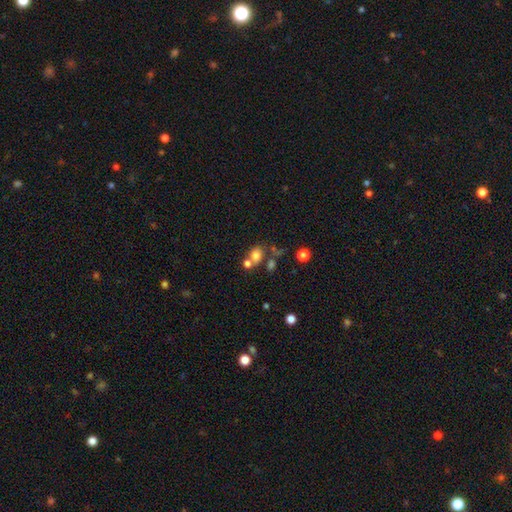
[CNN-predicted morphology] Q: Smooth or featured?
A: smooth (75%); runner-up: star or artifact (14%)
Q: How rounded?
A: in between (52%); runner-up: round (47%)
Q: Merging?
A: none (47%); runner-up: merger (36%)